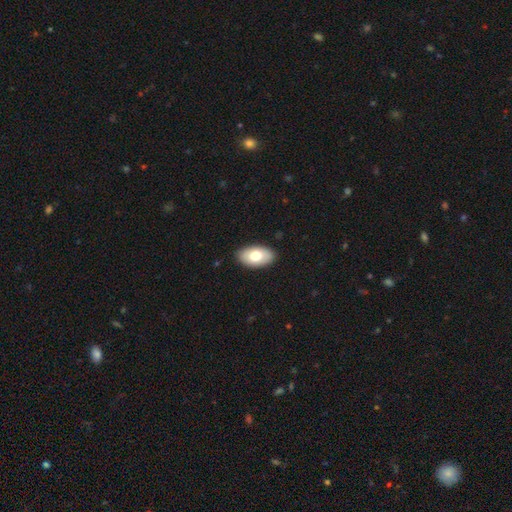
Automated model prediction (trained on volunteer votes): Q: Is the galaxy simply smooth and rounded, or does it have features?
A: smooth — 72%.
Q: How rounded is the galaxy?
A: in between — 94%.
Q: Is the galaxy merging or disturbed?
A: none — 88%.